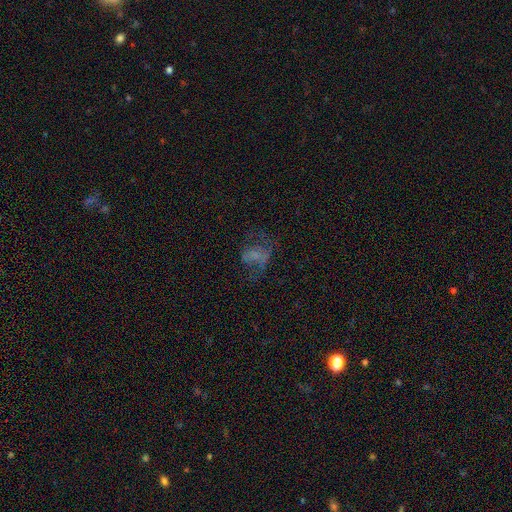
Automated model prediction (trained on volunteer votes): Smooth or featured? featured or disk (40%)
Merging? major disturbance (42%)